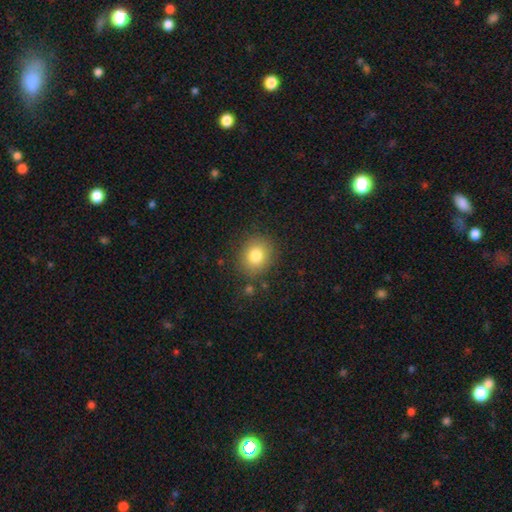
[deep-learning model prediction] Q: Smooth or featured?
A: smooth (81%); runner-up: star or artifact (11%)
Q: How rounded?
A: round (77%); runner-up: in between (22%)
Q: Merging?
A: none (84%); runner-up: minor disturbance (10%)